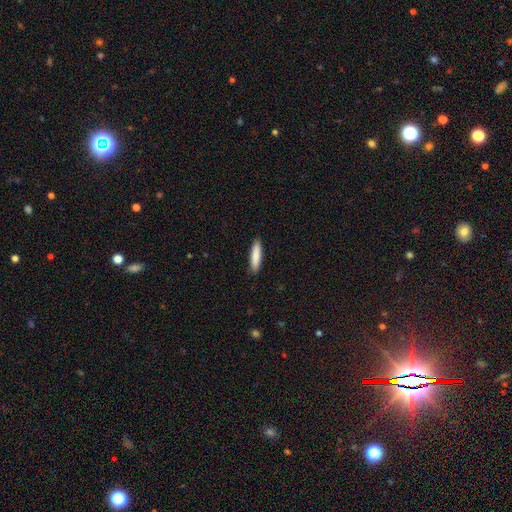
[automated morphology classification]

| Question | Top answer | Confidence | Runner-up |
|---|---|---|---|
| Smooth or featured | smooth | 85% | featured or disk (9%) |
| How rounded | cigar-shaped | 78% | in between (21%) |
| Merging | none | 90% | minor disturbance (8%) |